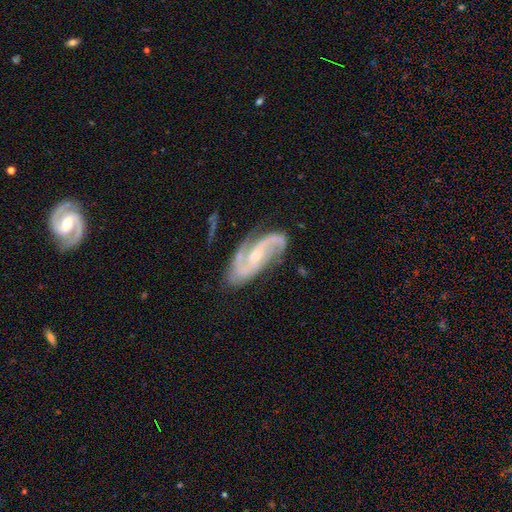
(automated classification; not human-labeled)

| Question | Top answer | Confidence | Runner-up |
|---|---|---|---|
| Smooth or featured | featured or disk | 90% | star or artifact (5%) |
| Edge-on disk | no | 96% | yes (4%) |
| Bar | no | 43% | weak (35%) |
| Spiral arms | yes | 98% | no (2%) |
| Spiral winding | medium | 52% | loose (25%) |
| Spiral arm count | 2 | 86% | 3 (5%) |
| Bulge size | small | 67% | moderate (29%) |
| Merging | none | 69% | minor disturbance (20%) |